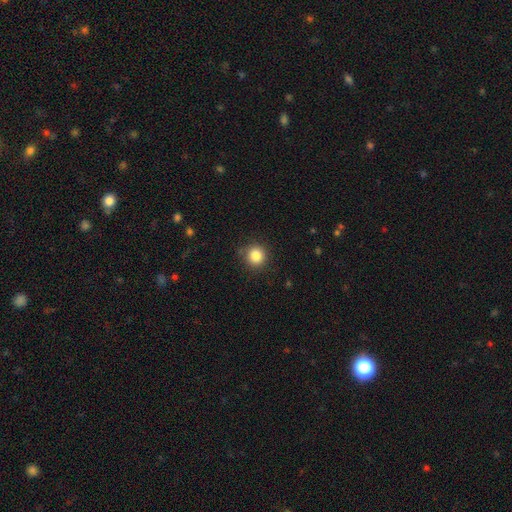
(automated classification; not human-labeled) Smooth or featured? Predicted: smooth (p=0.85). How rounded? Predicted: round (p=0.92). Merging? Predicted: none (p=0.86).